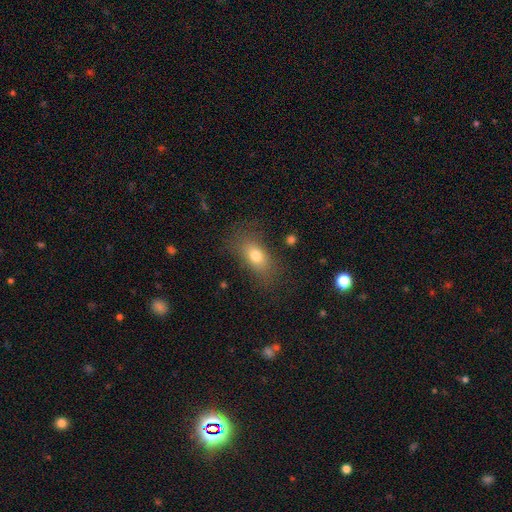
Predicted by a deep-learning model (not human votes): Smooth or featured? smooth (75%)
How rounded? in between (80%)
Merging? none (75%)